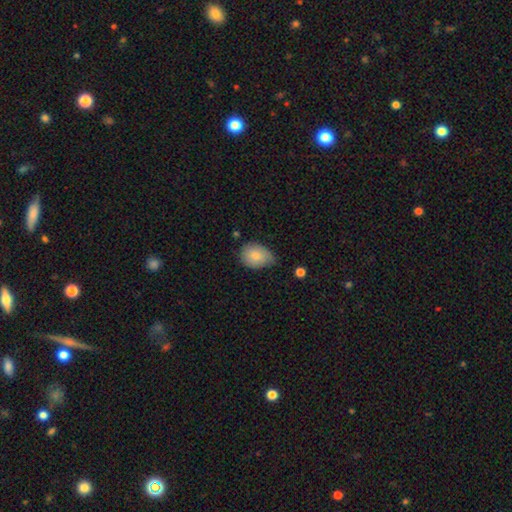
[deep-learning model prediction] smooth-or-featured: smooth: 81% | featured or disk: 13% | star or artifact: 7%
  how-rounded: in between: 72% | round: 27% | cigar-shaped: 1%
  merging: none: 48% | minor disturbance: 41% | major disturbance: 7% | merger: 3%